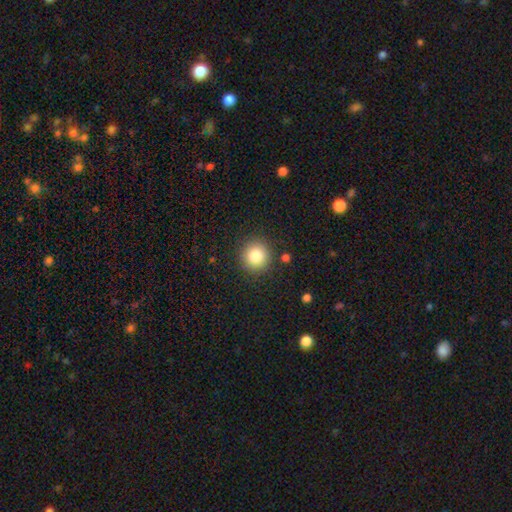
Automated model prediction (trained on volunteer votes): This appears to be a smooth galaxy with no disk features (82%) that is round (93%). Merging: none (88%).